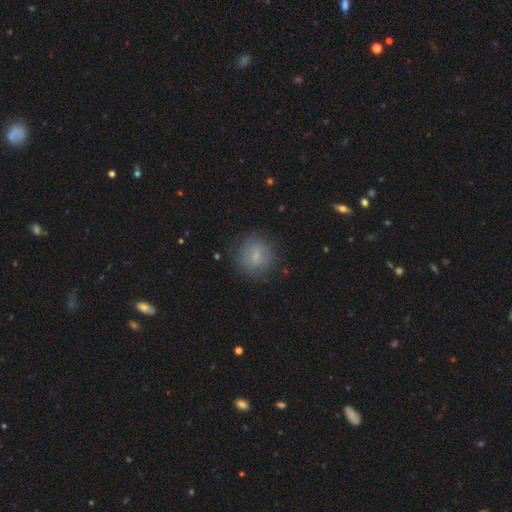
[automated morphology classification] Smooth or featured?
  - smooth: 63% *
  - featured or disk: 27%
  - star or artifact: 10%
How rounded?
  - round: 77% *
  - in between: 21%
  - cigar-shaped: 2%
Merging?
  - none: 77% *
  - minor disturbance: 15%
  - major disturbance: 6%
  - merger: 2%